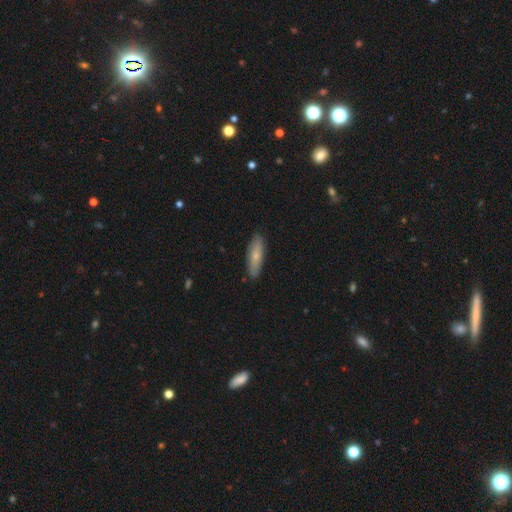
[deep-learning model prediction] Smooth or featured?
  - smooth: 71% *
  - featured or disk: 23%
  - star or artifact: 6%
How rounded?
  - cigar-shaped: 52% *
  - in between: 46%
  - round: 2%
Merging?
  - none: 87% *
  - minor disturbance: 10%
  - major disturbance: 2%
  - merger: 1%